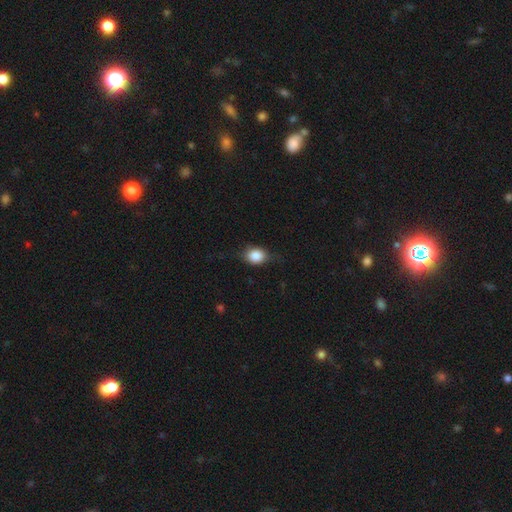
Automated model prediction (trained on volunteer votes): This appears to be a smooth galaxy with no disk features (80%) that is round (51%). Merging: none (68%).